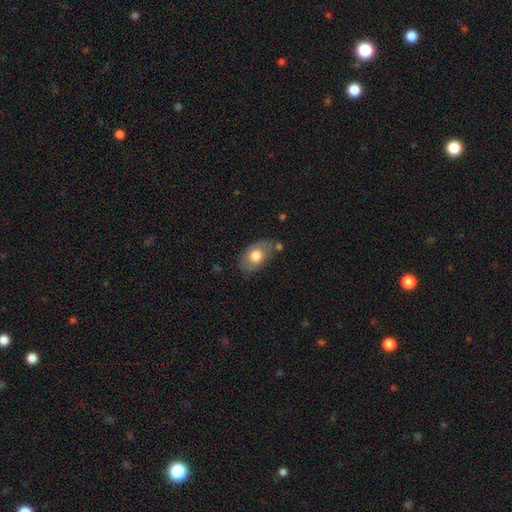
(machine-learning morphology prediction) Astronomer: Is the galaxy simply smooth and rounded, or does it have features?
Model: smooth — 68%.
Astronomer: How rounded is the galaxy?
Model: in between — 88%.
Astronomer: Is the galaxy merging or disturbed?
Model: none — 68%.